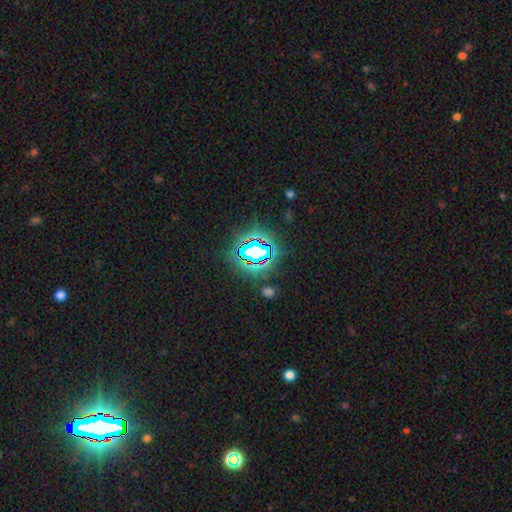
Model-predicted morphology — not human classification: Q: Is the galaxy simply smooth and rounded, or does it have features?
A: star or artifact — 80%.